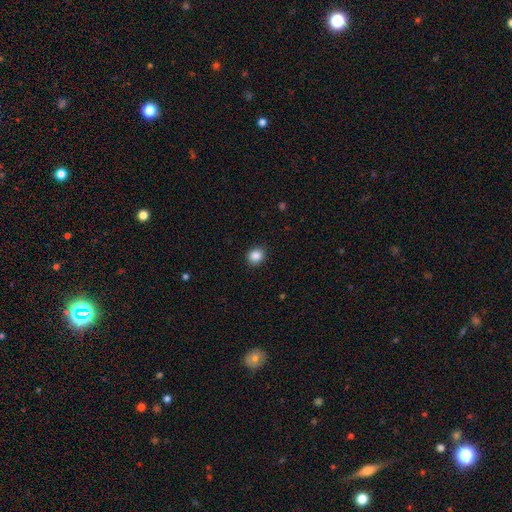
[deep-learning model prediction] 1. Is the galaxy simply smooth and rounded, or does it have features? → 87% smooth, 10% star or artifact, 3% featured or disk.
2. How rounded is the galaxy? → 79% round, 20% in between, 1% cigar-shaped.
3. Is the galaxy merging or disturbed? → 90% none, 7% minor disturbance, 2% major disturbance, 1% merger.